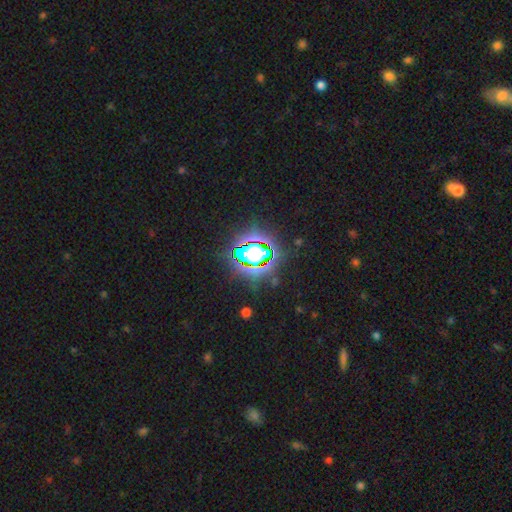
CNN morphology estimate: smooth_or_featured: star or artifact (p=0.69) [alt: smooth p=0.19]